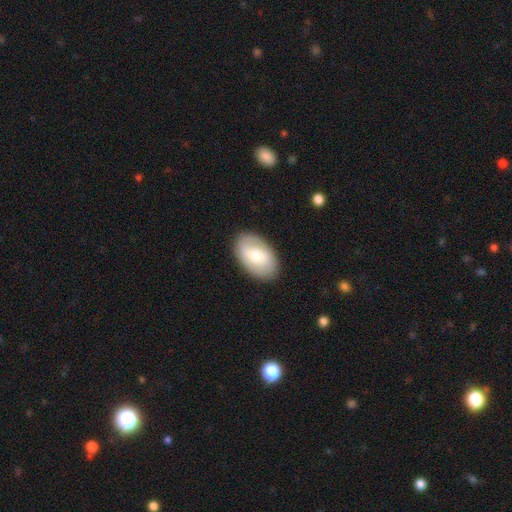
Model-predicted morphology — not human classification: smooth_or_featured: smooth (p=0.63) [alt: featured or disk p=0.31]
how_rounded: in between (p=0.92) [alt: round p=0.07]
merging: none (p=0.87) [alt: minor disturbance p=0.09]